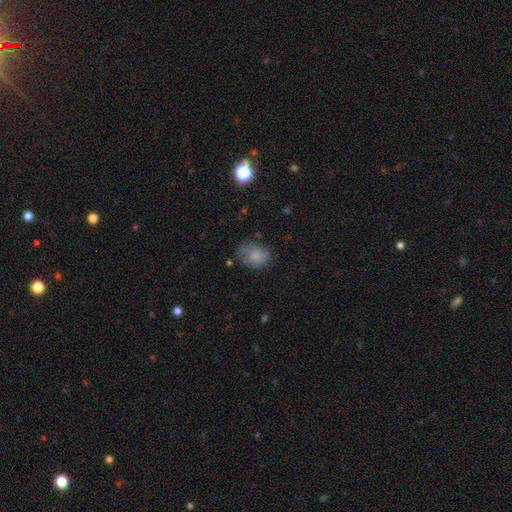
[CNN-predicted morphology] smooth-or-featured: smooth: 78% | featured or disk: 13% | star or artifact: 9%
  how-rounded: in between: 56% | round: 43% | cigar-shaped: 1%
  merging: none: 59% | minor disturbance: 27% | major disturbance: 10% | merger: 3%